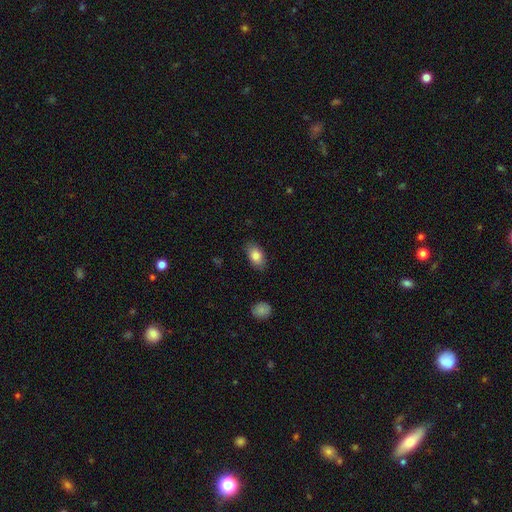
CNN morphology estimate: A smooth galaxy with no disk features (84%) that is in between round and cigar-shaped (90%). Merging: none (85%).